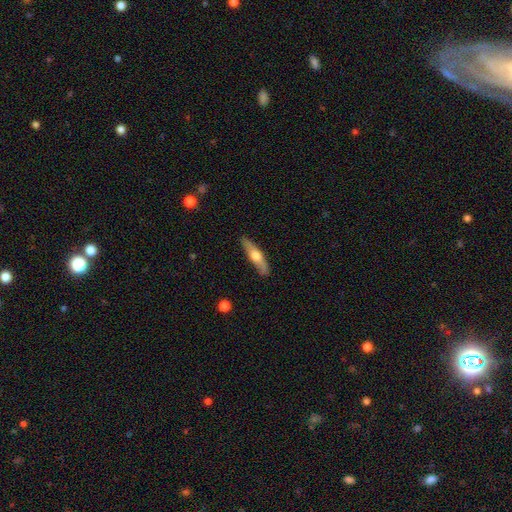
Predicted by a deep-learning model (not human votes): This appears to be a smooth galaxy with no disk features (48%). Merging: none (86%).